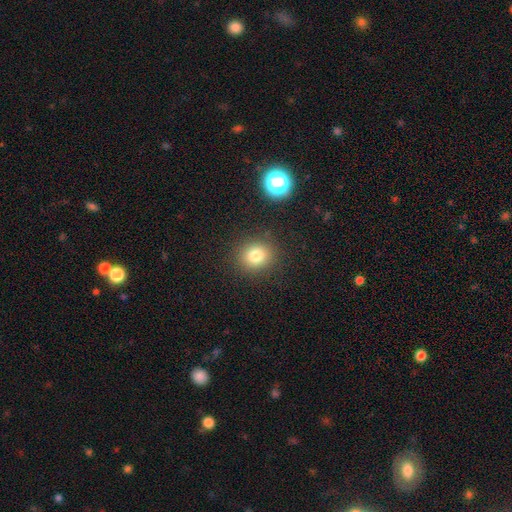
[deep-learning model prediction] Overall: smooth (79%). How rounded: round (81%). Merging: none (88%).